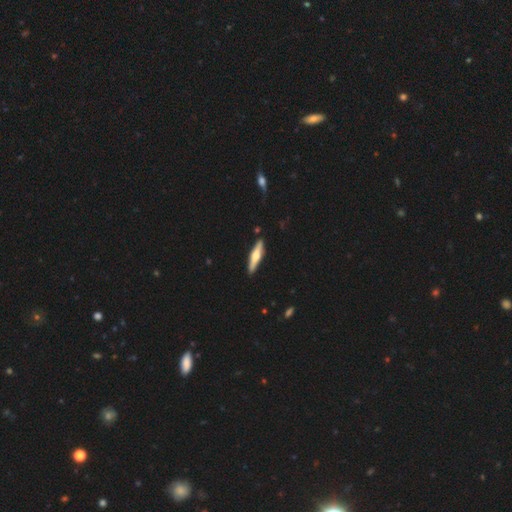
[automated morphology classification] A featured or disk galaxy (58%) viewed edge-on (96%) with a rounded central bulge (89%). Merging: none (89%).